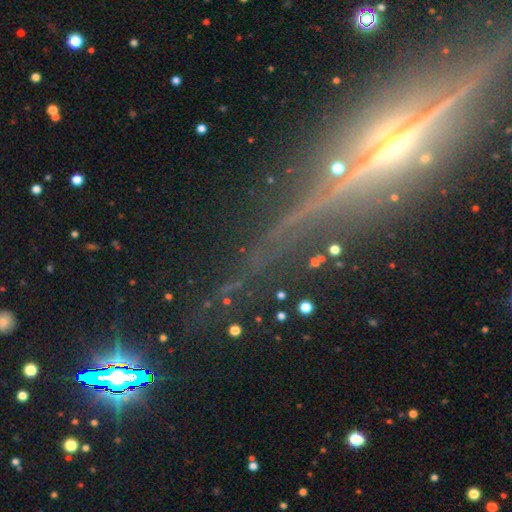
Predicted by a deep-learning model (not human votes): Smooth or featured? featured or disk (63%)
Edge-on disk? yes (90%)
Edge-on bulge? rounded (79%)
Merging? none (79%)